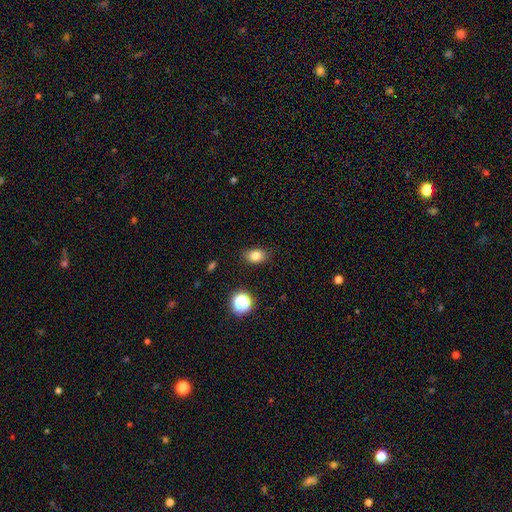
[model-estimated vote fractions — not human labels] smooth 81%, star or artifact 12%, featured or disk 7%. Down the decision tree: how rounded — in between (75%); merging — none (85%).